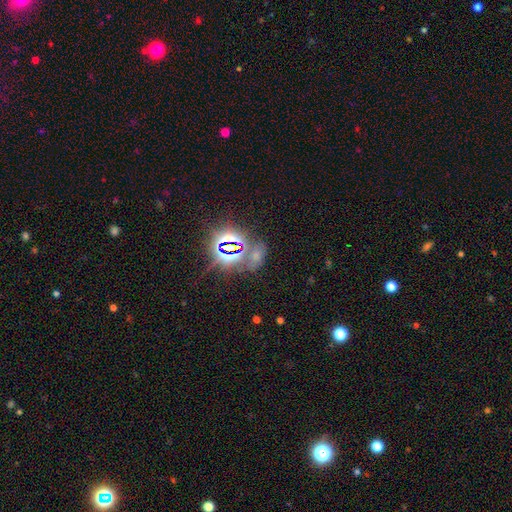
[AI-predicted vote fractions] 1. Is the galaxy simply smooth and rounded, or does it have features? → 57% star or artifact, 32% smooth, 10% featured or disk.